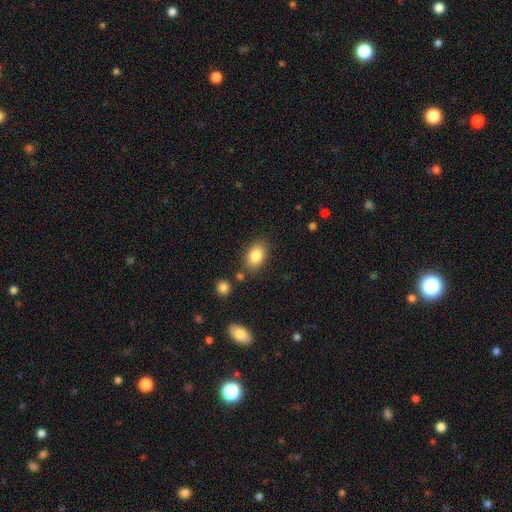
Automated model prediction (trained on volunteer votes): smooth 85%, star or artifact 8%, featured or disk 7%. Down the decision tree: how rounded — in between (85%); merging — none (79%).